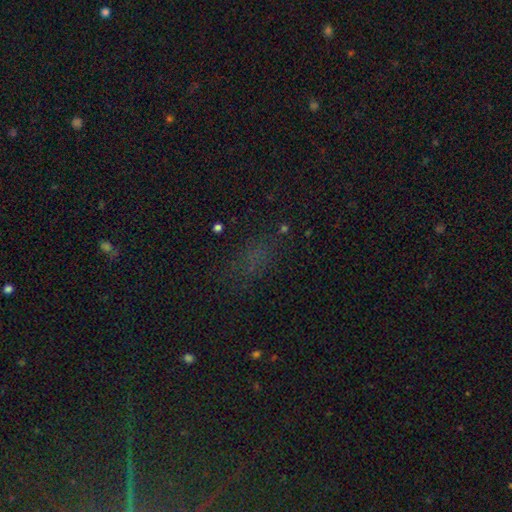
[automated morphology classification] Q: Smooth or featured?
A: smooth (45%); runner-up: star or artifact (43%)
Q: Merging?
A: none (70%); runner-up: minor disturbance (16%)